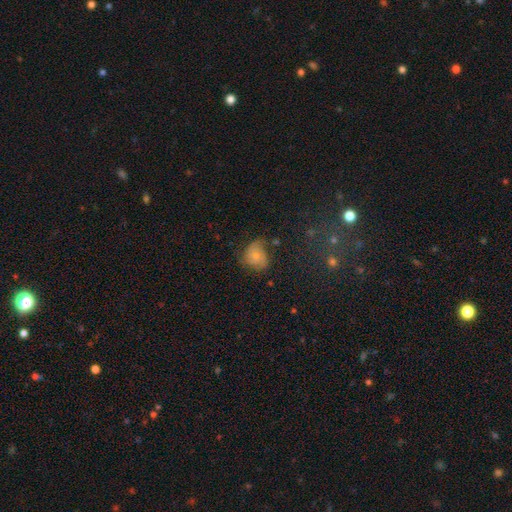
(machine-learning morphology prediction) A smooth galaxy with no disk features (52%) that is round (52%). Merging: none (41%).